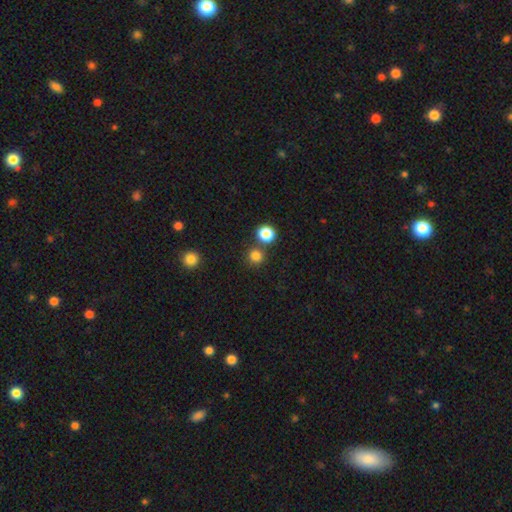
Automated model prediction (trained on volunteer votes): smooth_or_featured: smooth (p=0.81) [alt: star or artifact p=0.15]
how_rounded: round (p=0.92) [alt: in between p=0.07]
merging: none (p=0.76) [alt: merger p=0.15]